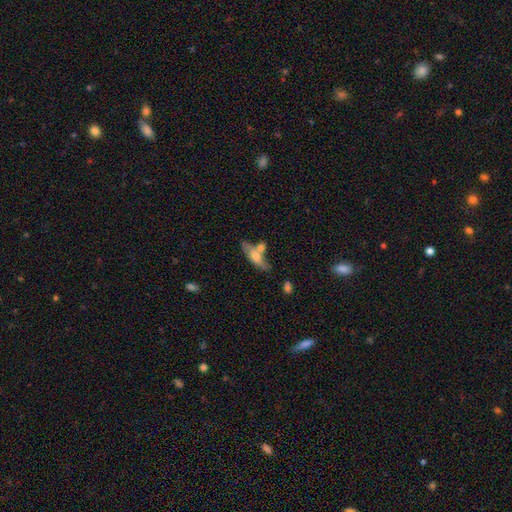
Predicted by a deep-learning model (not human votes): Overall: smooth (55%; featured or disk 38%). How rounded: in between (51%; cigar-shaped 46%). Merging: none (49%; merger 28%).